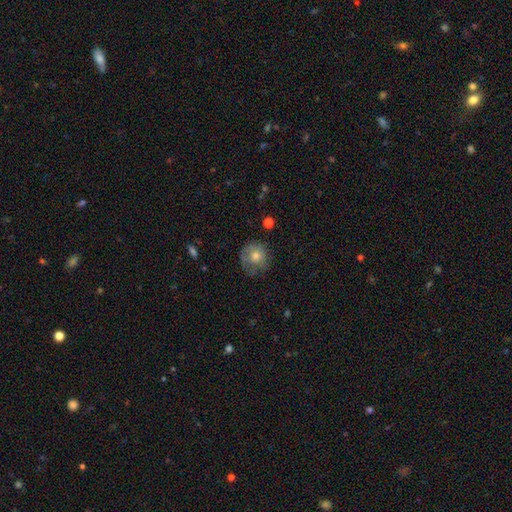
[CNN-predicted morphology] This is likely a smooth galaxy (65%). How rounded: clearly round (87%). Merging: likely none (65%).